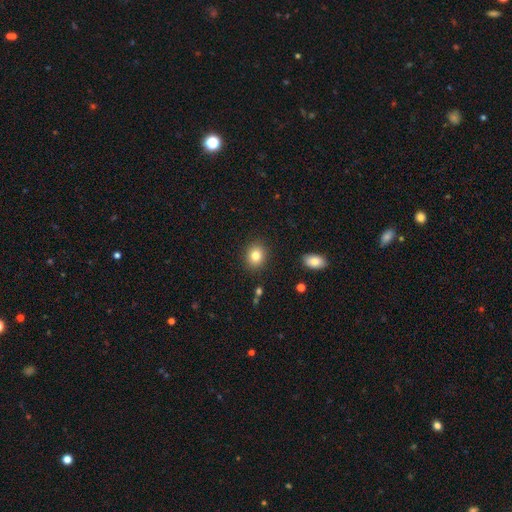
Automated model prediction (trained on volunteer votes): A smooth galaxy with no disk features (82%) that is round (67%). Merging: none (89%).